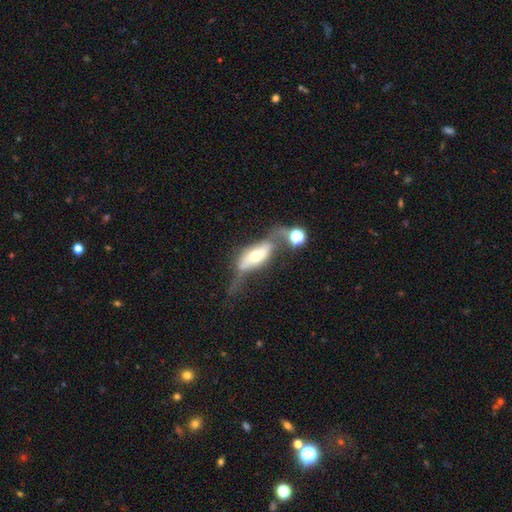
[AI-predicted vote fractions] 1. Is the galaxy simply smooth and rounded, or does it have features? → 60% featured or disk, 32% smooth, 8% star or artifact.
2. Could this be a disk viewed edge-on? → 51% no, 49% yes.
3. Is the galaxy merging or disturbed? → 33% major disturbance, 25% none, 21% minor disturbance, 21% merger.